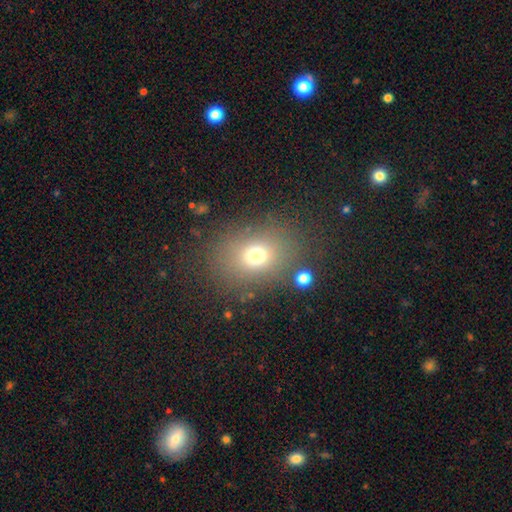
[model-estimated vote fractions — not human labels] smooth 71%, star or artifact 18%, featured or disk 12%. Down the decision tree: how rounded — in between (54%); merging — none (79%).